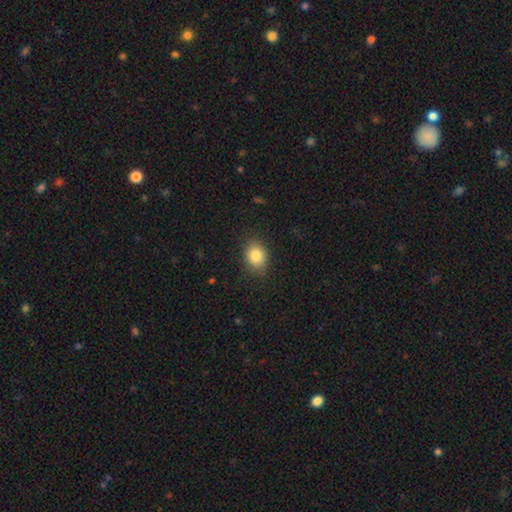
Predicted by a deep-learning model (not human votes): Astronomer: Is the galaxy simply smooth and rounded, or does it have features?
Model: smooth — 84%.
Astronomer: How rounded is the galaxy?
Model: in between — 57% (runner-up: round, 42%).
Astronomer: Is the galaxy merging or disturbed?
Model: none — 84%.